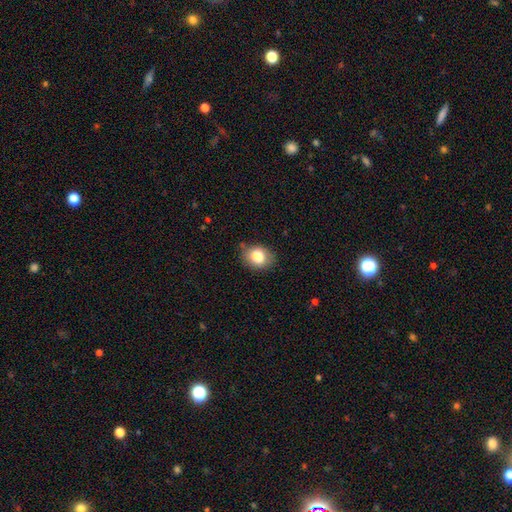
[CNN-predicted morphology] Smooth or featured: smooth — 79% (featured or disk — 12%)
How rounded: in between — 58% (round — 41%)
Merging: none — 77% (minor disturbance — 17%)